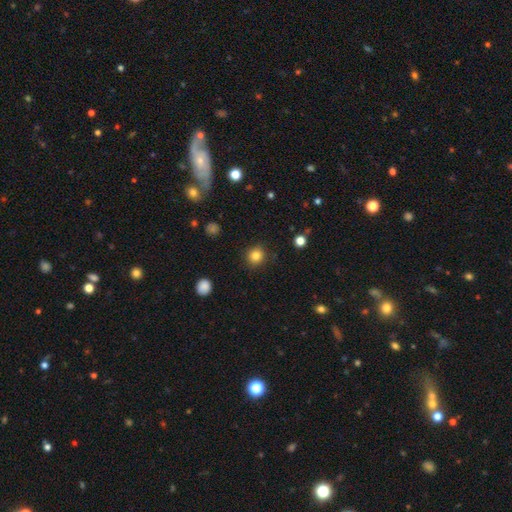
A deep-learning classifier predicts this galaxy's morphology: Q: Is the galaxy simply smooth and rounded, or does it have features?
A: smooth — 84%.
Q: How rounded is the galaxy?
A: round — 92%.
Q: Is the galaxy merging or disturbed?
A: none — 91%.